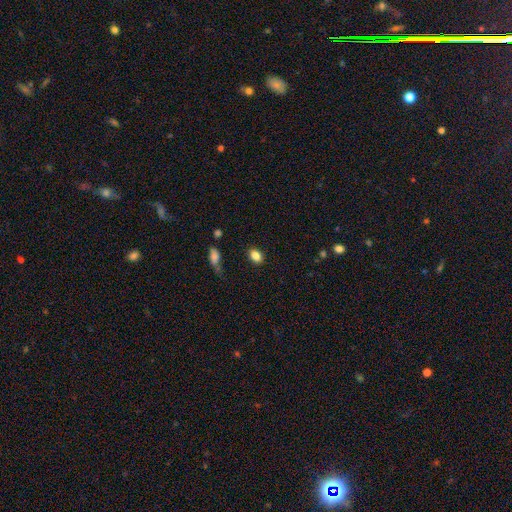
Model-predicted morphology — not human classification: Smooth or featured? Predicted: smooth (p=0.85). How rounded? Predicted: in between (p=0.75). Merging? Predicted: none (p=0.84).